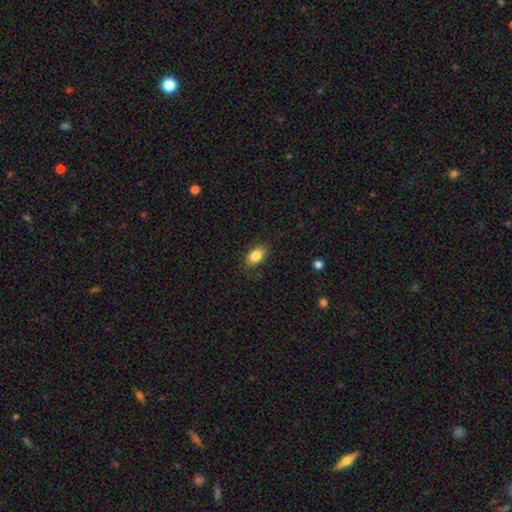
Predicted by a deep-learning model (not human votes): smooth 86%, star or artifact 8%, featured or disk 6%. Down the decision tree: how rounded — in between (88%); merging — none (84%).